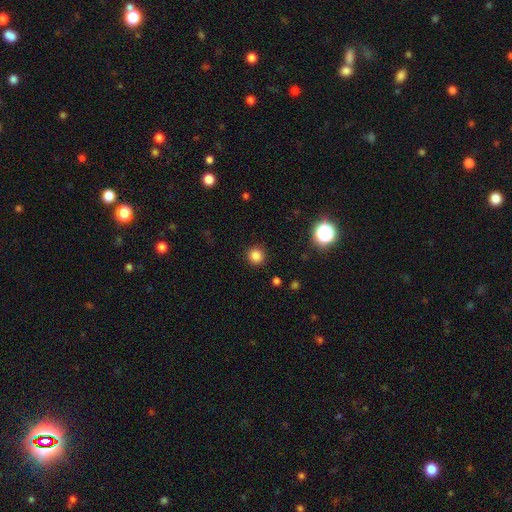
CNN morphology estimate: Overall: smooth (83%). How rounded: round (95%). Merging: none (92%).